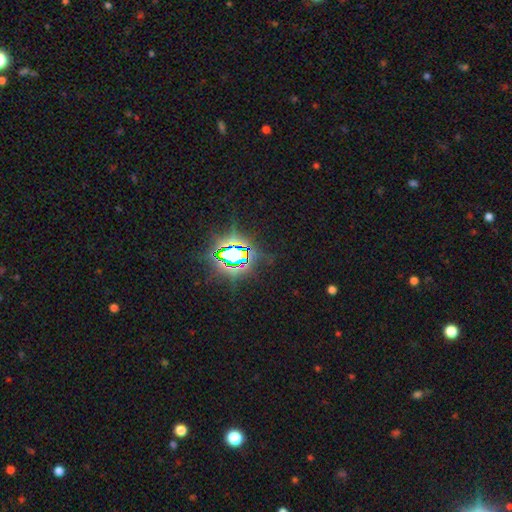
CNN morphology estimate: Q: Smooth or featured?
A: star or artifact (83%); runner-up: smooth (10%)